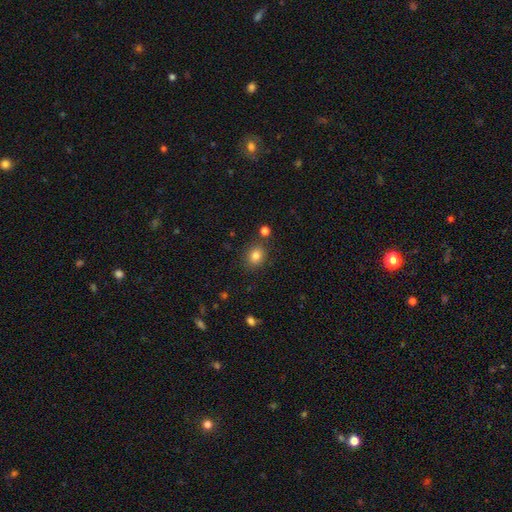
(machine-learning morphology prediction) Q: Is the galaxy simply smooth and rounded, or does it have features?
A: smooth — 82%.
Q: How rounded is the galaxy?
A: round — 63%.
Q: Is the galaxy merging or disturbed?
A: none — 82%.